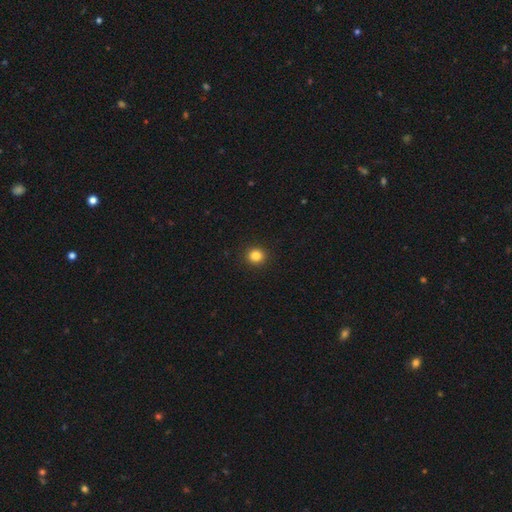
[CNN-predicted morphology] A smooth galaxy with no disk features (85%) that is round (91%).

Vote fractions:
- Smooth or featured? smooth: 85% / star or artifact: 11% / featured or disk: 4%
- How rounded? round: 91% / in between: 8% / cigar-shaped: 1%
- Merging? none: 93% / minor disturbance: 4% / major disturbance: 2% / merger: 1%